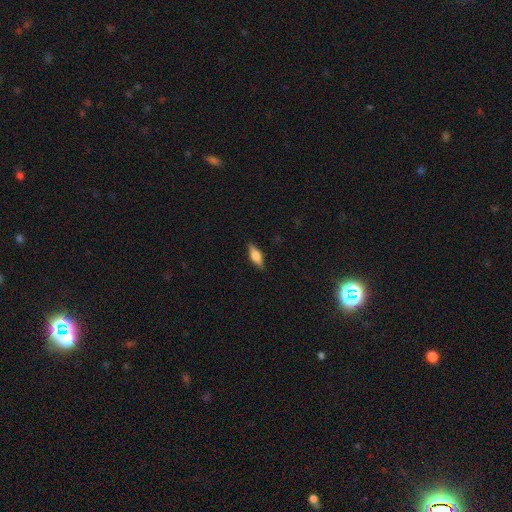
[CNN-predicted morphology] A smooth galaxy with no disk features (56%) that is in between round and cigar-shaped (63%). Merging: none (86%).